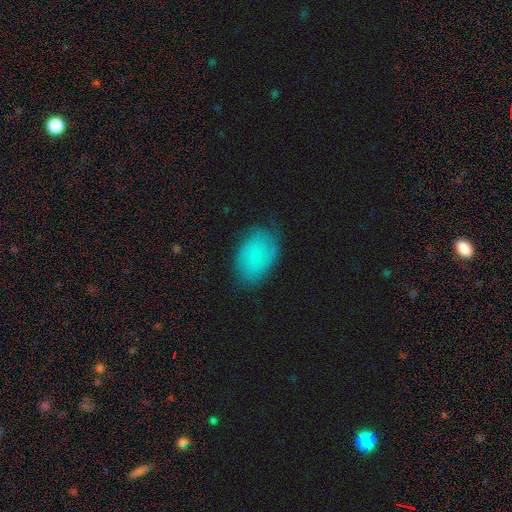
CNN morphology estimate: smooth 57%, featured or disk 33%, star or artifact 9%. Down the decision tree: how rounded — in between (86%); merging — none (69%).